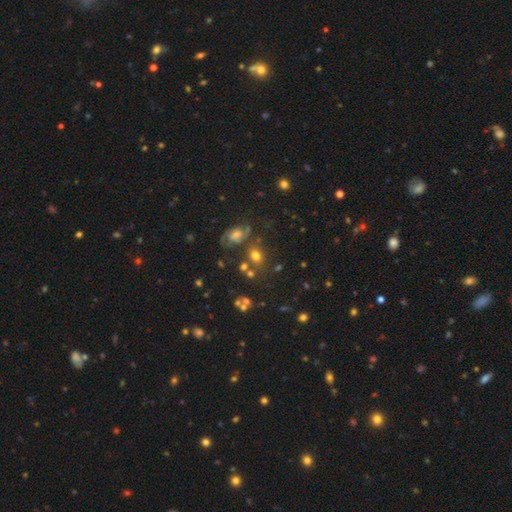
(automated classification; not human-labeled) Q: Smooth or featured?
A: smooth (65%); runner-up: featured or disk (18%)
Q: How rounded?
A: round (64%); runner-up: in between (34%)
Q: Merging?
A: none (65%); runner-up: minor disturbance (14%)